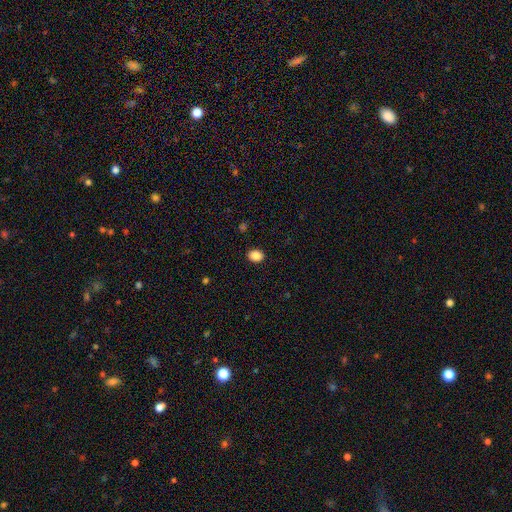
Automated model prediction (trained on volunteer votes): Overall: smooth (87%). How rounded: in between (56%; round 43%). Merging: none (90%).